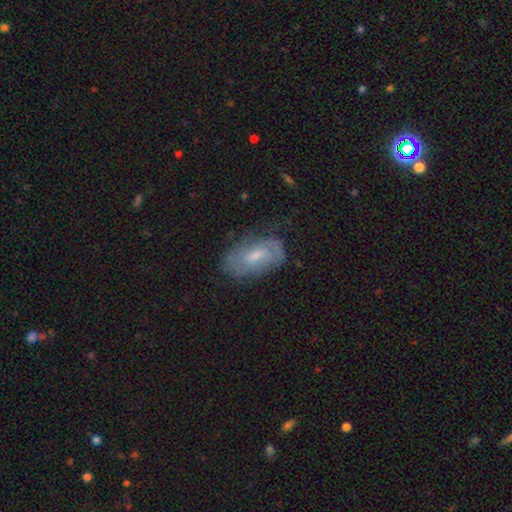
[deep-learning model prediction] featured or disk 60%, smooth 32%, star or artifact 9%. Down the decision tree: edge-on disk — no (93%); bar — weak (47%); spiral arms — yes (80%); bulge size — moderate (49%); merging — none (66%).